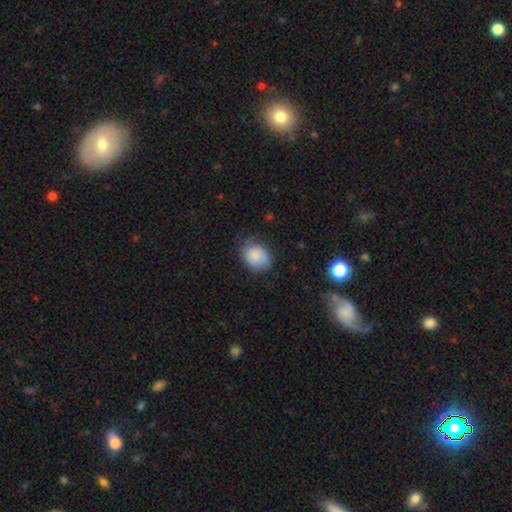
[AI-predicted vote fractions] Overall: smooth (80%). How rounded: round (50%; in between 49%). Merging: none (56%; minor disturbance 31%).